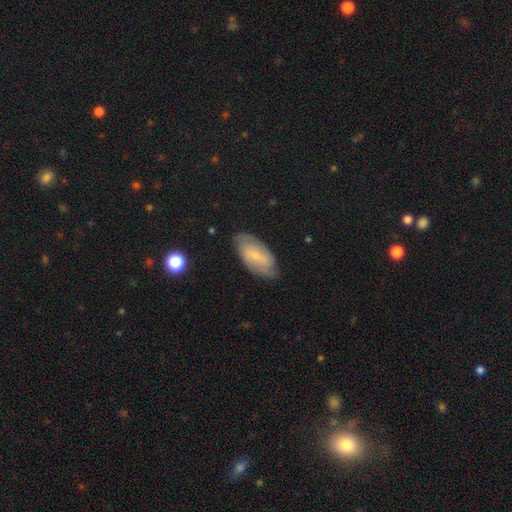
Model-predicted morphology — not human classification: This appears to be a featured or disk galaxy (59%) with a weak bar (45%), spiral arms (85%) and a small central bulge (74%). Merging: none (77%).